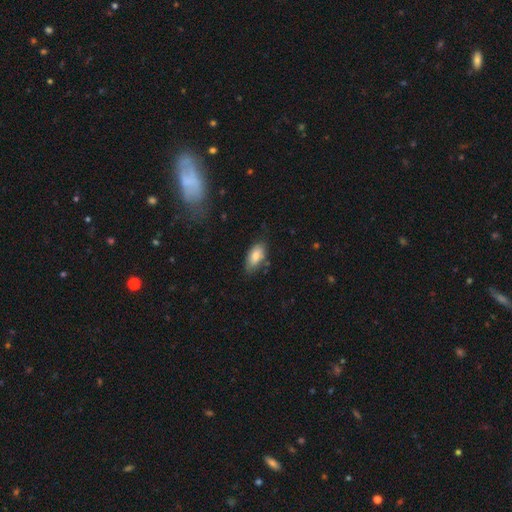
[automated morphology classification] This is clearly a smooth galaxy (80%). How rounded: clearly in between (90%). Merging: likely none (73%).